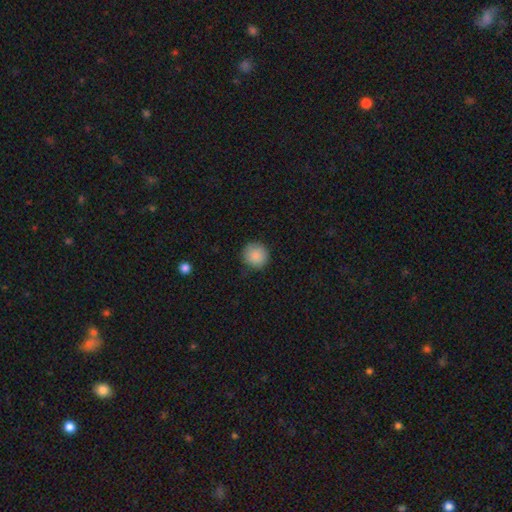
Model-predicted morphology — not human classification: smooth 87%, star or artifact 8%, featured or disk 5%. Down the decision tree: how rounded — round (94%); merging — none (87%).